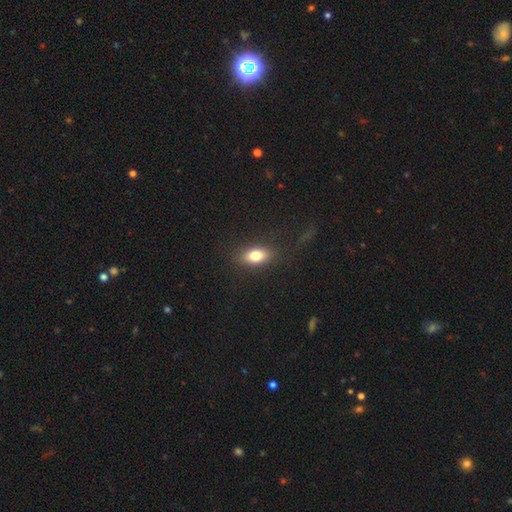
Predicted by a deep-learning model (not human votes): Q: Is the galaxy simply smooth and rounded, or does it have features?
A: smooth — 78%.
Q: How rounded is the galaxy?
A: in between — 83%.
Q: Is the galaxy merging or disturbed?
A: none — 85%.